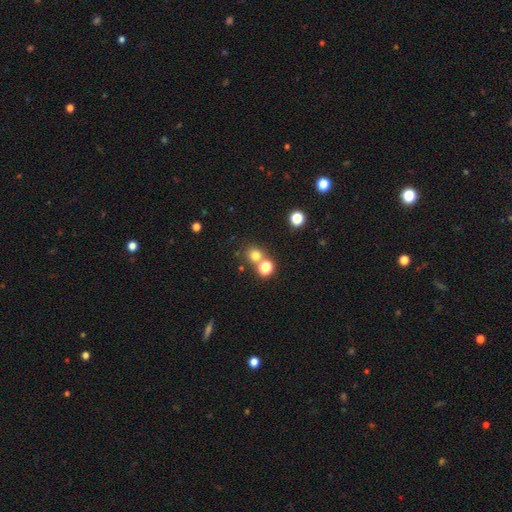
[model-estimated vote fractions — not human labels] smooth 75%, star or artifact 18%, featured or disk 7%. Down the decision tree: how rounded — round (87%); merging — none (63%).